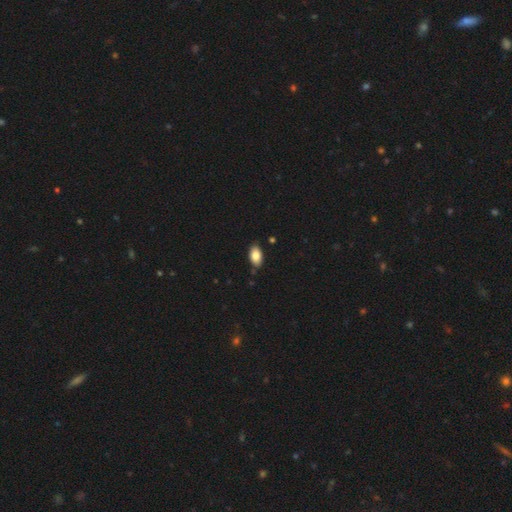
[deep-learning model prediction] This appears to be a smooth galaxy with no disk features (84%) that is in between round and cigar-shaped (93%). Merging: none (83%).